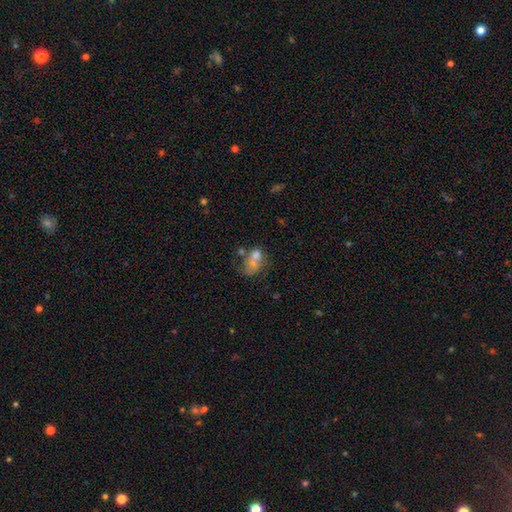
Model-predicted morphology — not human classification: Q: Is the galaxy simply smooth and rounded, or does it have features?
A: smooth — 56%.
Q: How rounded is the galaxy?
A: in between — 71%.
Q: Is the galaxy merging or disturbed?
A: merger — 47%.